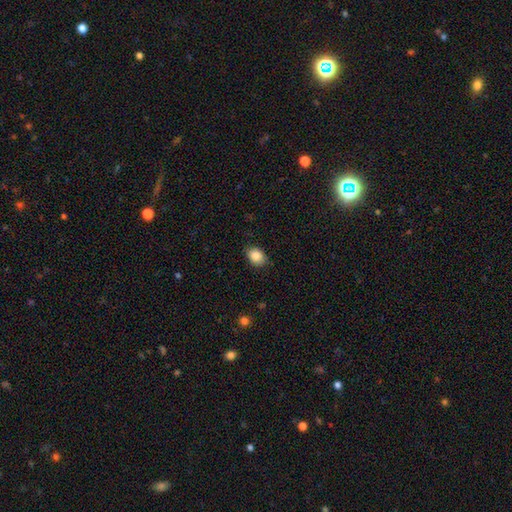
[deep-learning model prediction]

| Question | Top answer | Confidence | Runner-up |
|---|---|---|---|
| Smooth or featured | smooth | 86% | star or artifact (8%) |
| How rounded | in between | 67% | round (32%) |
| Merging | none | 84% | minor disturbance (12%) |